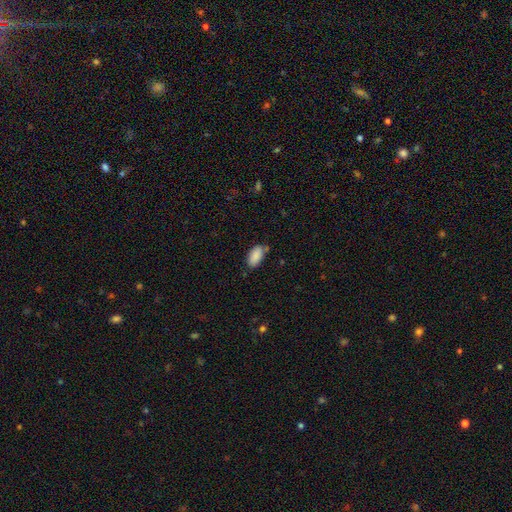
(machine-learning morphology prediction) smooth_or_featured: smooth (p=0.88) [alt: star or artifact p=0.07]
how_rounded: in between (p=0.94) [alt: cigar-shaped p=0.03]
merging: none (p=0.69) [alt: minor disturbance p=0.21]